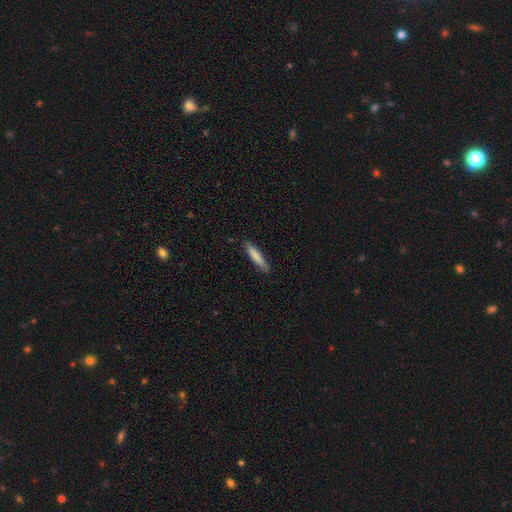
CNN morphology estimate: Overall: smooth (81%). How rounded: cigar-shaped (90%). Merging: none (87%).